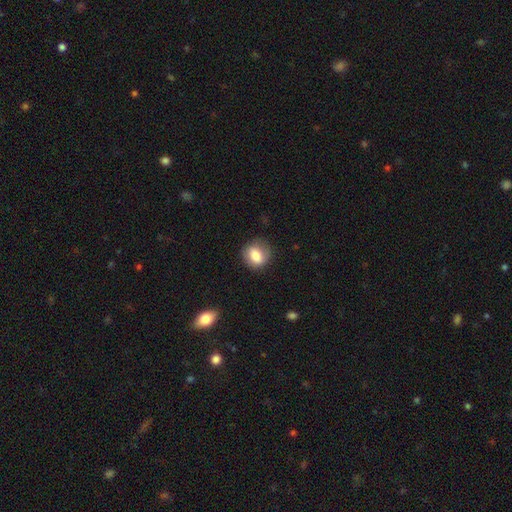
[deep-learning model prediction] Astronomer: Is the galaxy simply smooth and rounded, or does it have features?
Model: smooth — 75%.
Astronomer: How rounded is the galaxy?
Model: round — 63%.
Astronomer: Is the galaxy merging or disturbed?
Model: none — 78%.